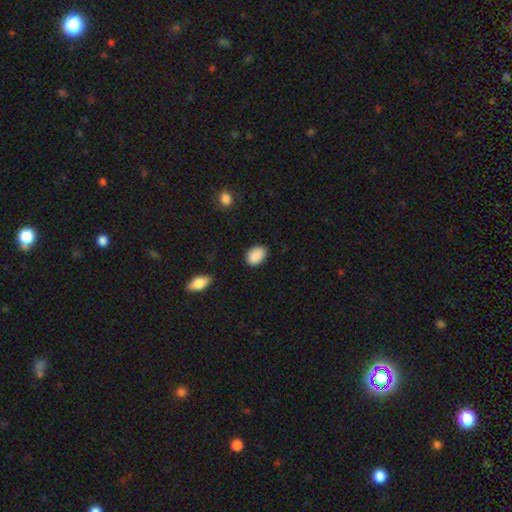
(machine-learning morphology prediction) Smooth or featured? smooth (90%)
How rounded? in between (84%)
Merging? none (85%)